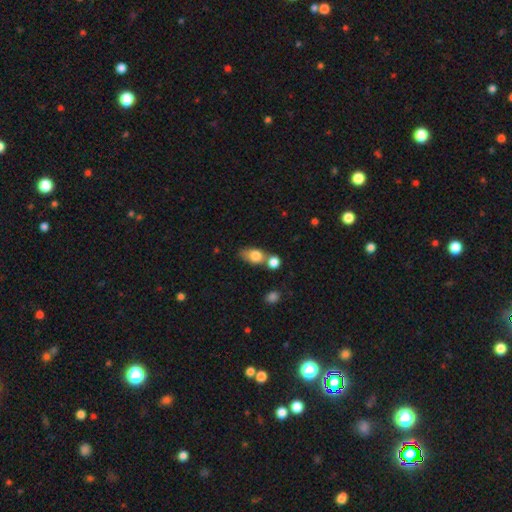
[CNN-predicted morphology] Overall: smooth (81%). How rounded: in between (71%). Merging: merger (41%; none 36%).